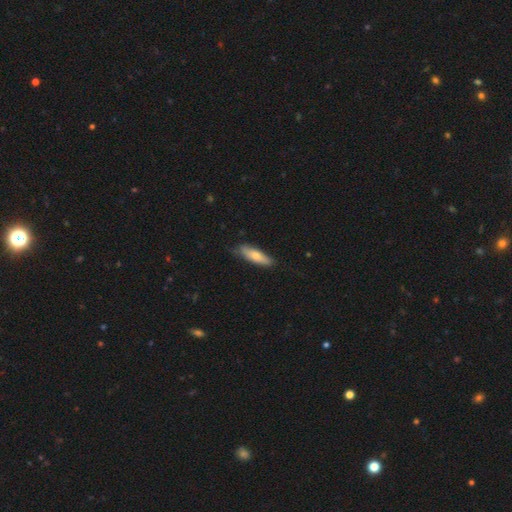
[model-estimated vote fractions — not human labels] Smooth or featured: smooth — 71% (featured or disk — 24%)
How rounded: cigar-shaped — 53% (in between — 45%)
Merging: none — 71% (minor disturbance — 24%)